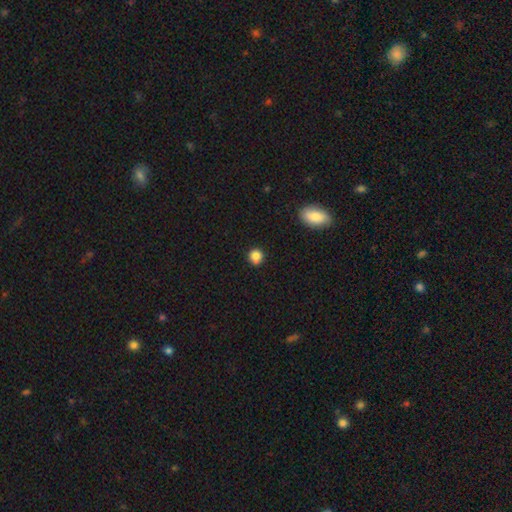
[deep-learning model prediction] This appears to be a smooth galaxy with no disk features (83%) that is round (87%). Merging: none (75%).